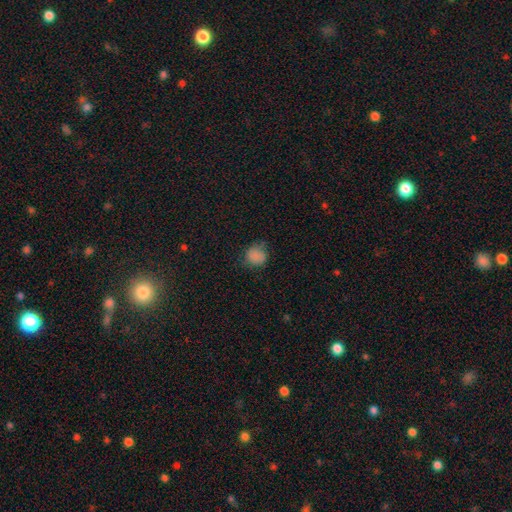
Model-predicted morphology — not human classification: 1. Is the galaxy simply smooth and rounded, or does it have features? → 83% smooth, 11% star or artifact, 6% featured or disk.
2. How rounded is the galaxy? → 80% round, 19% in between, 1% cigar-shaped.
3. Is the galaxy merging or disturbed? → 70% none, 23% minor disturbance, 7% major disturbance, 1% merger.